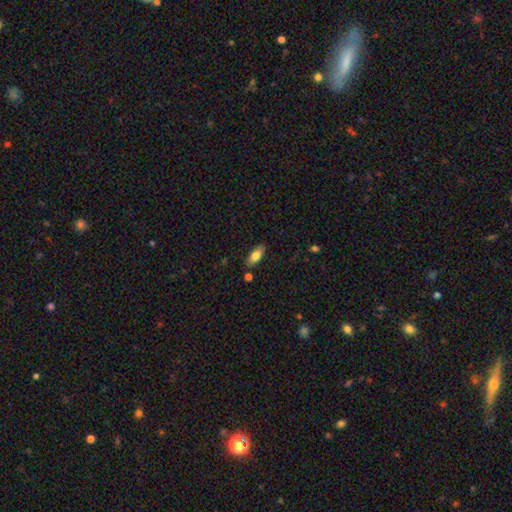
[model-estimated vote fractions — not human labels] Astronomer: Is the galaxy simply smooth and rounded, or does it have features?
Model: smooth — 78%.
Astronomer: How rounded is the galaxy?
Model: in between — 84%.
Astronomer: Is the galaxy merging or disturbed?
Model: none — 82%.